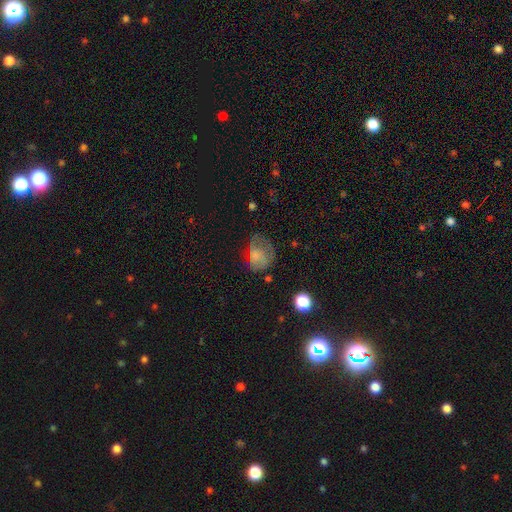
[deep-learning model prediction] Smooth or featured?
  - smooth: 57% *
  - featured or disk: 29%
  - star or artifact: 14%
How rounded?
  - in between: 52% *
  - round: 47%
  - cigar-shaped: 1%
Merging?
  - none: 35% * (tied)
  - major disturbance: 35% * (tied)
  - minor disturbance: 28%
  - merger: 3%